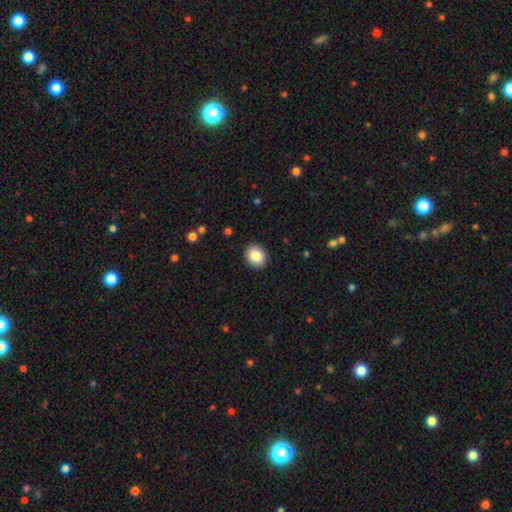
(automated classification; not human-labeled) A smooth galaxy with no disk features (85%) that is round (66%).

Vote fractions:
- Smooth or featured? smooth: 85% / star or artifact: 8% / featured or disk: 6%
- How rounded? round: 66% / in between: 33% / cigar-shaped: 1%
- Merging? none: 91% / minor disturbance: 6% / major disturbance: 2% / merger: 1%